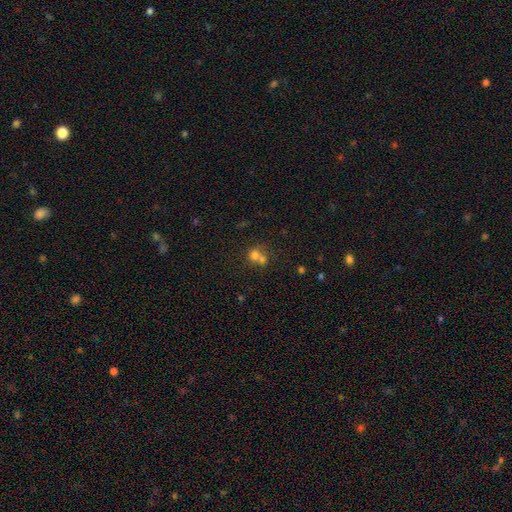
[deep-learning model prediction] Smooth or featured: smooth — 68% (star or artifact — 16%)
How rounded: round — 79% (in between — 20%)
Merging: merger — 56% (none — 34%)